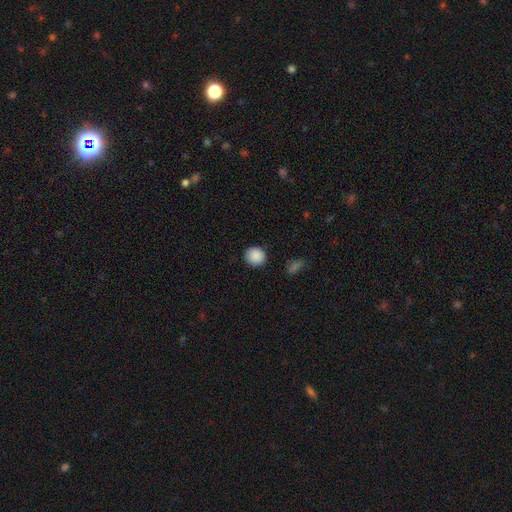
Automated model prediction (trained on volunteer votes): Smooth or featured? Predicted: smooth (p=0.89). How rounded? Predicted: round (p=0.89). Merging? Predicted: none (p=0.89).